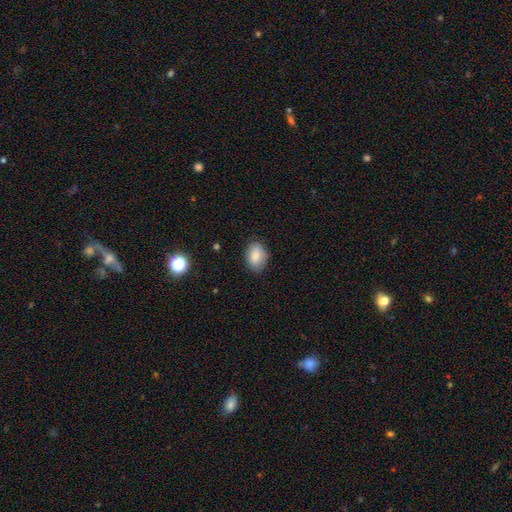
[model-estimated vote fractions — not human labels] The model was most divided on "merging": none: 79%, minor disturbance: 17%, major disturbance: 3%, merger: 1%. More confident: smooth or featured — smooth (85%); how rounded — in between (83%).